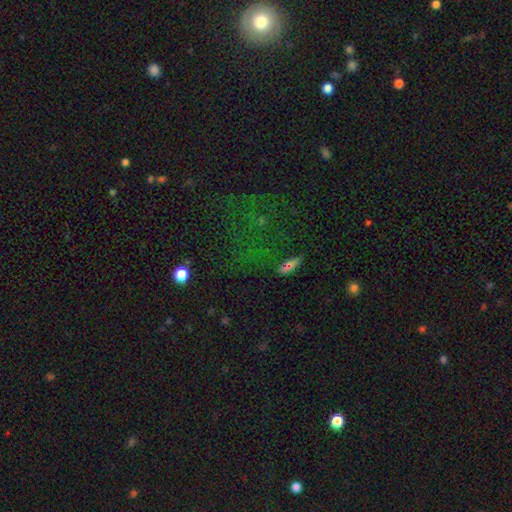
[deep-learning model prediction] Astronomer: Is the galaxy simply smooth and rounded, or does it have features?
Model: star or artifact — 58%.